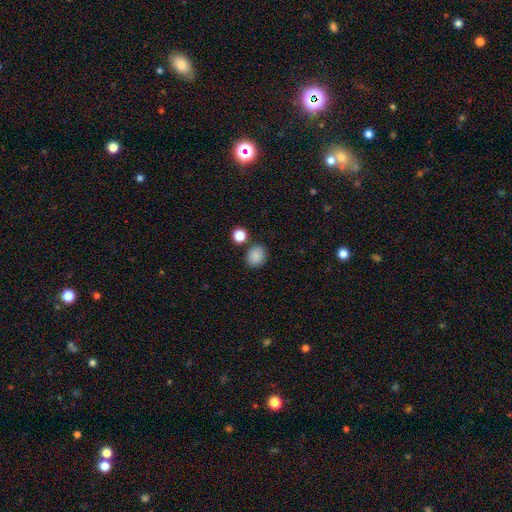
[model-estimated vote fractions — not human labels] This appears to be a smooth galaxy with no disk features (87%) that is round (74%). Merging: none (83%).